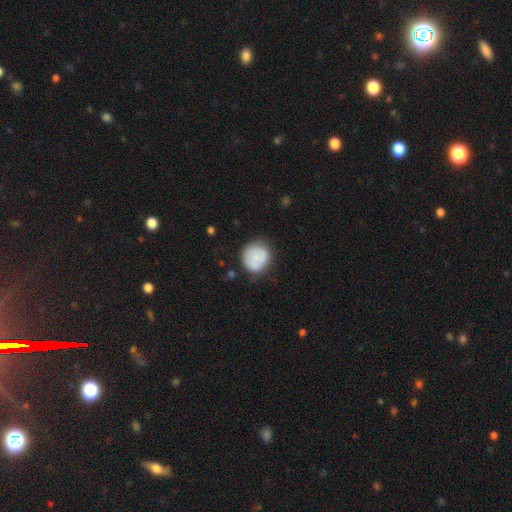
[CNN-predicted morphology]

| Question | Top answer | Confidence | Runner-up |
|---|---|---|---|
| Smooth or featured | smooth | 78% | featured or disk (15%) |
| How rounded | round | 89% | in between (10%) |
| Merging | none | 72% | minor disturbance (21%) |